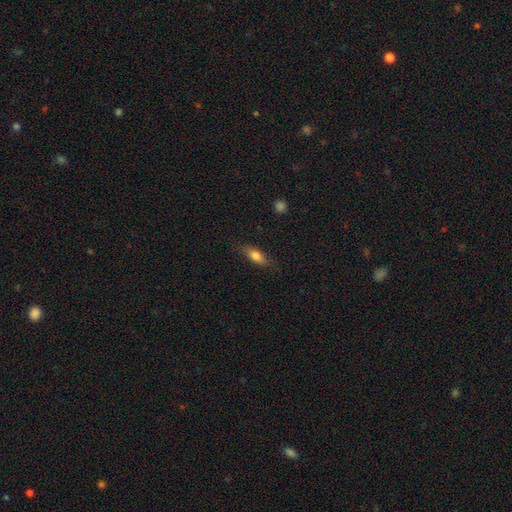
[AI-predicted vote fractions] Smooth or featured? Predicted: smooth (p=0.75). How rounded? Predicted: in between (p=0.71). Merging? Predicted: none (p=0.79).